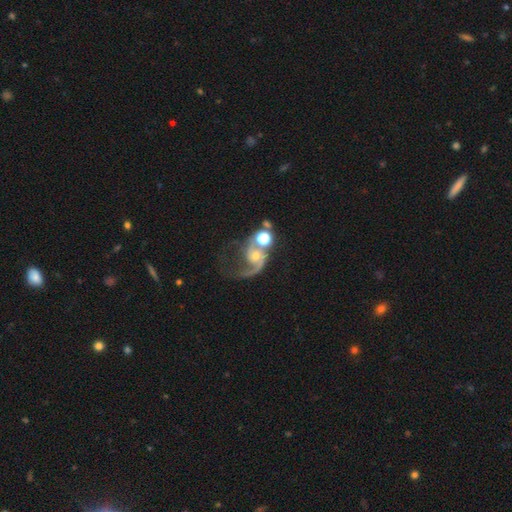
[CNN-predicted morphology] Q: Smooth or featured?
A: featured or disk (79%); runner-up: smooth (12%)
Q: Edge-on disk?
A: no (98%); runner-up: yes (2%)
Q: Bar?
A: no (68%); runner-up: weak (26%)
Q: Spiral arms?
A: yes (93%); runner-up: no (7%)
Q: Spiral winding?
A: loose (51%); runner-up: medium (37%)
Q: Spiral arm count?
A: 2 (49%); runner-up: 1 (44%)
Q: Bulge size?
A: moderate (50%); runner-up: small (39%)
Q: Merging?
A: major disturbance (30%); runner-up: merger (29%)